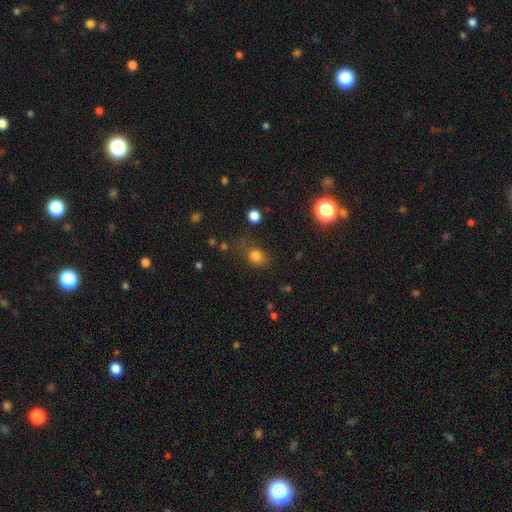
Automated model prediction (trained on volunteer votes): Smooth or featured?
  - smooth: 78% *
  - star or artifact: 15%
  - featured or disk: 7%
How rounded?
  - round: 56% *
  - in between: 42%
  - cigar-shaped: 1%
Merging?
  - none: 67% *
  - minor disturbance: 20%
  - major disturbance: 10%
  - merger: 4%